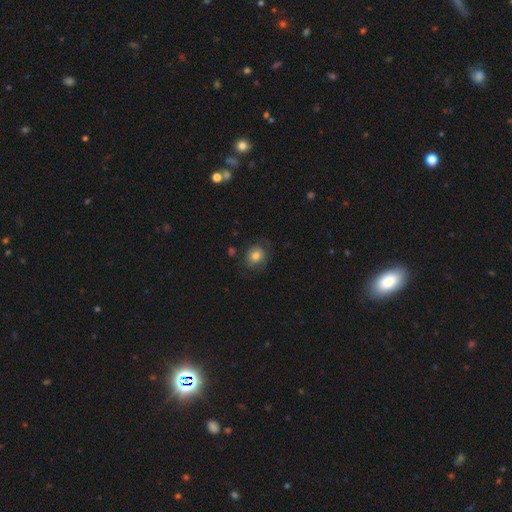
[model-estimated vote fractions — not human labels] A smooth galaxy with no disk features (73%) that is round (77%).

Vote fractions:
- Smooth or featured? smooth: 73% / featured or disk: 17% / star or artifact: 10%
- How rounded? round: 77% / in between: 22% / cigar-shaped: 1%
- Merging? none: 71% / minor disturbance: 19% / major disturbance: 8% / merger: 2%